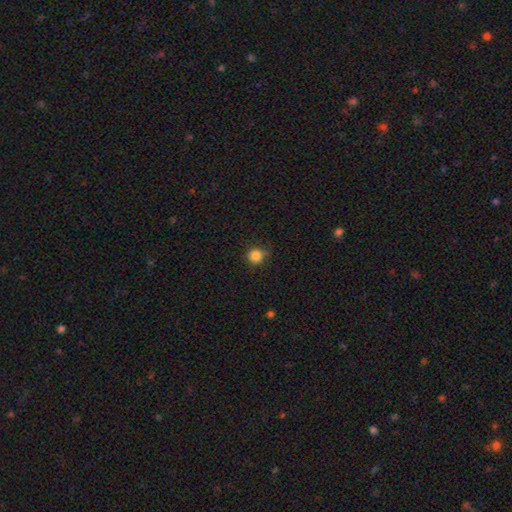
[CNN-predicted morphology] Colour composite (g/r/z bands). It shows a smooth galaxy with no disk features (84%) that is round (91%). Merging: none (78%).